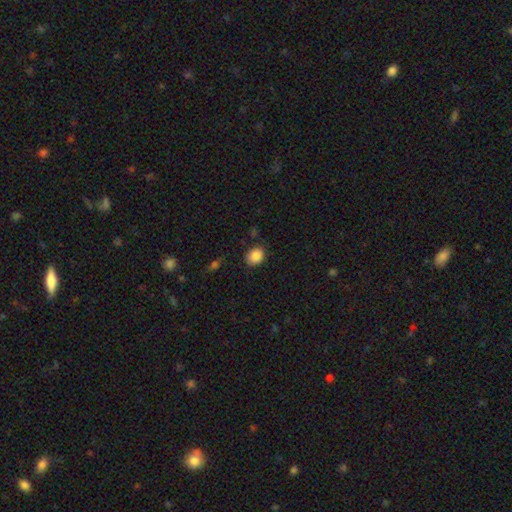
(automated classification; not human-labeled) The model was most divided on "how rounded": round: 51%, in between: 48%, cigar-shaped: 1%. More confident: smooth or featured — smooth (87%); merging — none (81%).